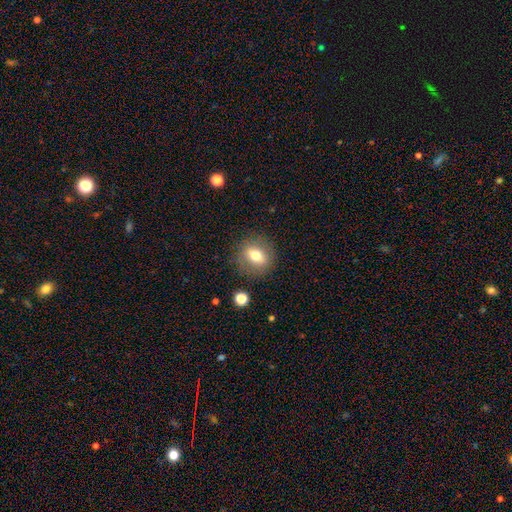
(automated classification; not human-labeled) Smooth or featured: smooth — 66% (featured or disk — 24%)
How rounded: round — 59% (in between — 38%)
Merging: none — 85% (minor disturbance — 10%)